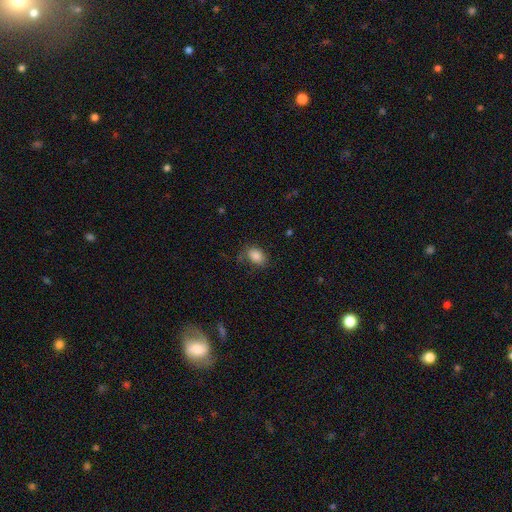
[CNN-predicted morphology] The model was most divided on "merging": none: 72%, minor disturbance: 20%, major disturbance: 7%, merger: 2%. More confident: smooth or featured — smooth (86%); how rounded — in between (82%).